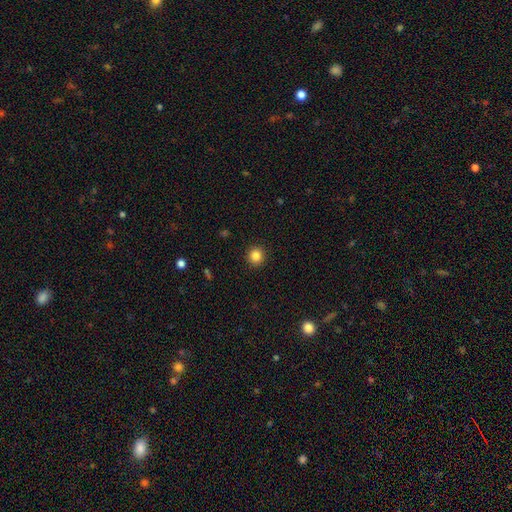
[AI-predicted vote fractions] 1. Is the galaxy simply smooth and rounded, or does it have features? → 85% smooth, 11% star or artifact, 4% featured or disk.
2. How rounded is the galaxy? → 94% round, 5% in between, 1% cigar-shaped.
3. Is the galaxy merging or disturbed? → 93% none, 5% minor disturbance, 2% major disturbance, 1% merger.